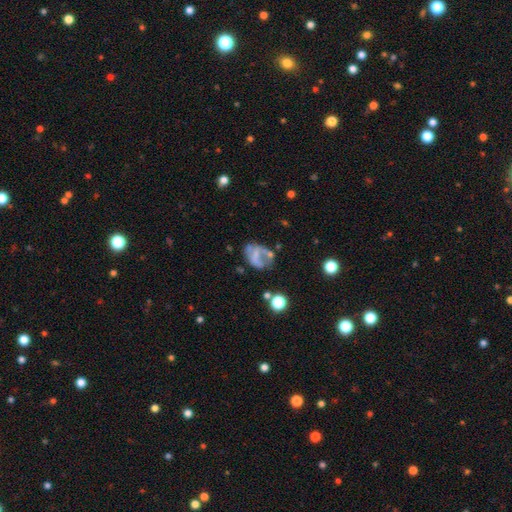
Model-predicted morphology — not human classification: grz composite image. It shows a featured or disk galaxy (51%) with no bar (68%), no spiral arms (72%) and no central bulge (69%). Merging: none (36%).